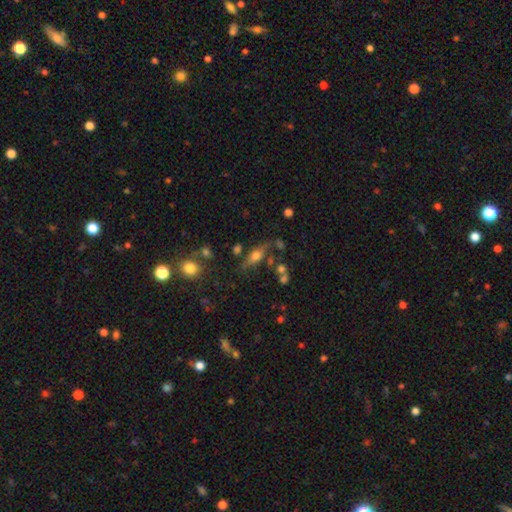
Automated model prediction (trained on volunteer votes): Smooth or featured: smooth — 50% (featured or disk — 39%)
Merging: none — 62% (minor disturbance — 18%)